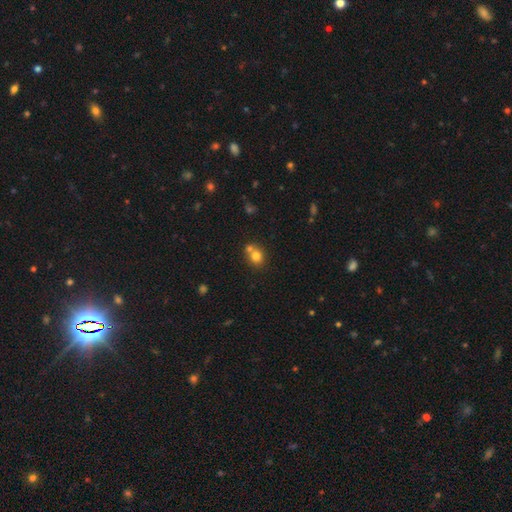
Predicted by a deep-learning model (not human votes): smooth 77%, star or artifact 12%, featured or disk 11%. Down the decision tree: how rounded — round (77%); merging — none (48%).